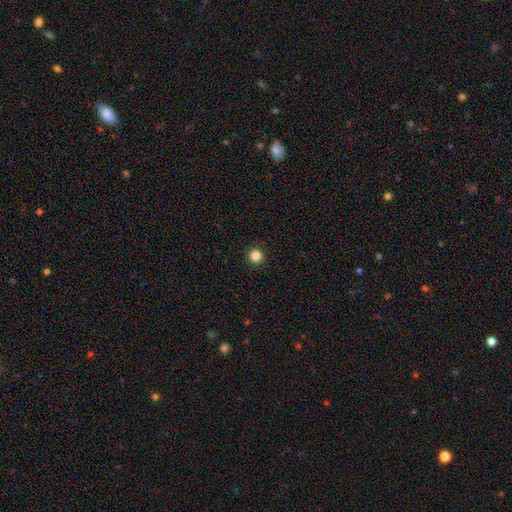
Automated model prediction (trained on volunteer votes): A smooth galaxy with no disk features (85%) that is round (96%).

Vote fractions:
- Smooth or featured? smooth: 85% / star or artifact: 11% / featured or disk: 3%
- How rounded? round: 96% / in between: 3% / cigar-shaped: 1%
- Merging? none: 93% / minor disturbance: 5% / major disturbance: 2% / merger: 1%